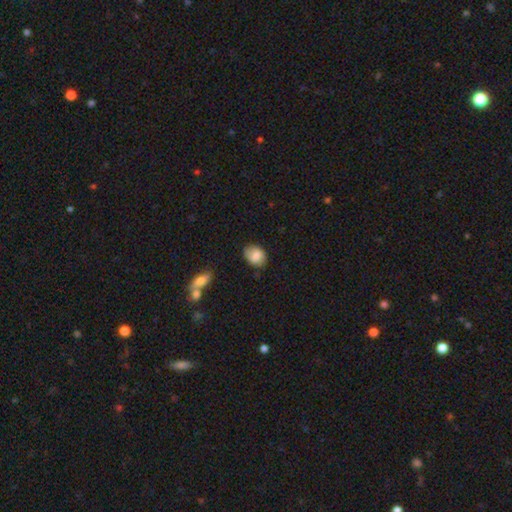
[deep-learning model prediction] A smooth galaxy with no disk features (75%) that is in between round and cigar-shaped (67%).

Vote fractions:
- Smooth or featured? smooth: 75% / featured or disk: 17% / star or artifact: 8%
- How rounded? in between: 67% / round: 32% / cigar-shaped: 1%
- Merging? none: 66% / minor disturbance: 26% / major disturbance: 6% / merger: 3%